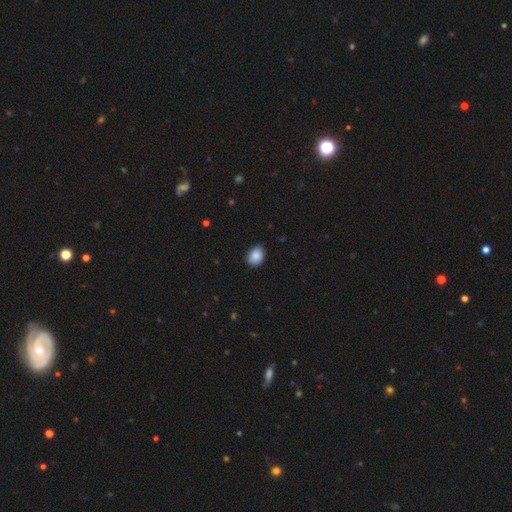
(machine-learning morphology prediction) Overall: smooth (88%). How rounded: in between (72%). Merging: none (78%).